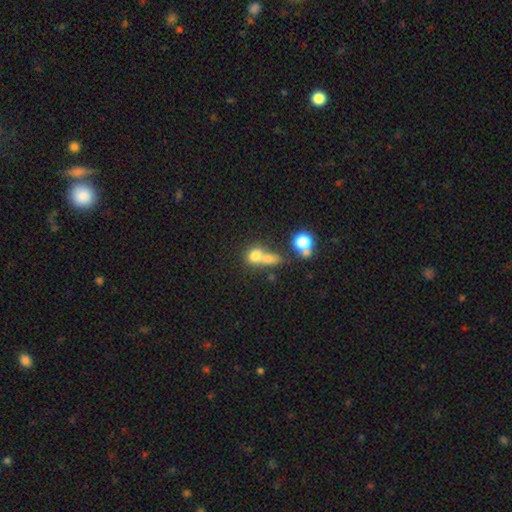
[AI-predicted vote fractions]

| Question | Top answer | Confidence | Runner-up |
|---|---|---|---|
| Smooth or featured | smooth | 72% | featured or disk (15%) |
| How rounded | round | 62% | in between (35%) |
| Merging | merger | 59% | none (27%) |